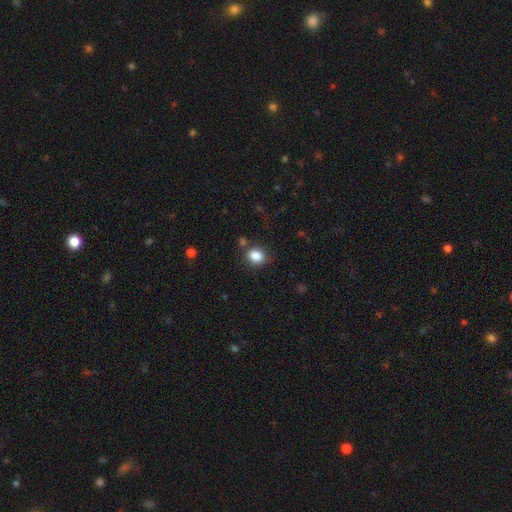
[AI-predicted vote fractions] Overall: smooth (85%). How rounded: round (53%; in between 46%). Merging: none (77%).